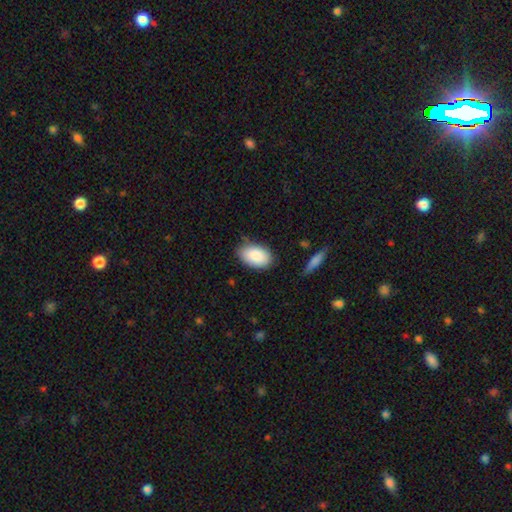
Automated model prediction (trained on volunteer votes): Q: Smooth or featured?
A: smooth (88%); runner-up: star or artifact (6%)
Q: How rounded?
A: in between (92%); runner-up: round (7%)
Q: Merging?
A: none (79%); runner-up: minor disturbance (16%)